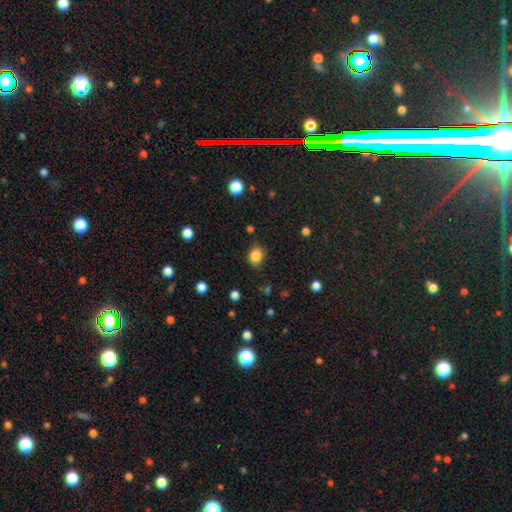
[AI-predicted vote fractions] smooth 85%, star or artifact 11%, featured or disk 4%. Down the decision tree: how rounded — round (67%); merging — none (83%).